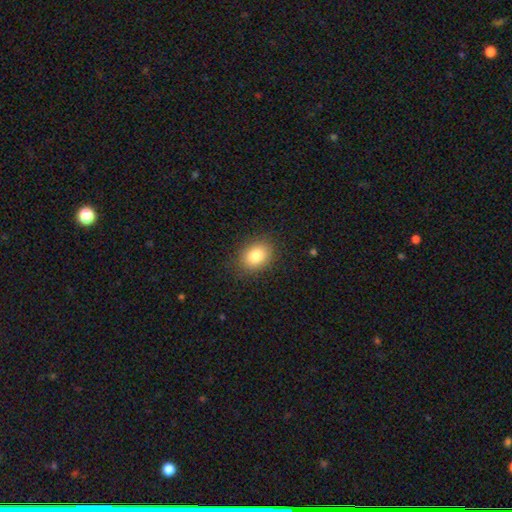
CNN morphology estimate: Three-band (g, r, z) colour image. It shows a smooth galaxy with no disk features (83%) that is in between round and cigar-shaped (58%). Merging: none (86%).